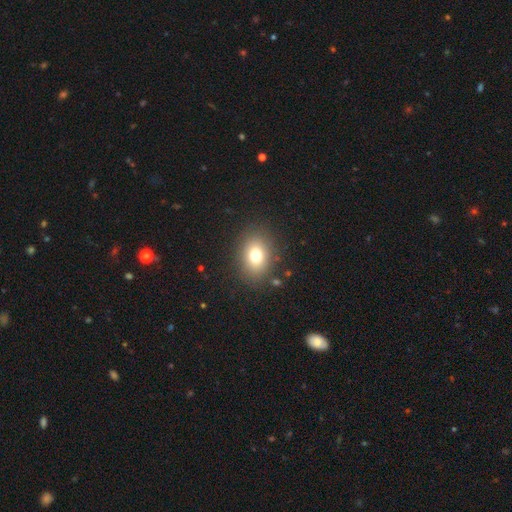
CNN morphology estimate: This is likely a smooth galaxy (77%). How rounded: likely in between (63%). Merging: clearly none (86%).